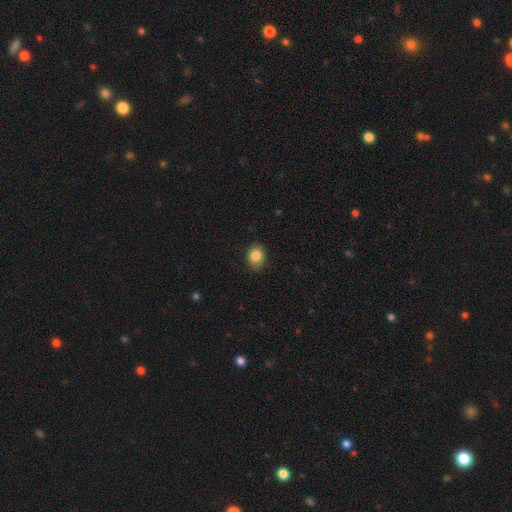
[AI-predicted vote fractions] smooth-or-featured: smooth: 84% | star or artifact: 9% | featured or disk: 7%
  how-rounded: round: 51% | in between: 48% | cigar-shaped: 1%
  merging: none: 85% | minor disturbance: 12% | major disturbance: 2% | merger: 1%